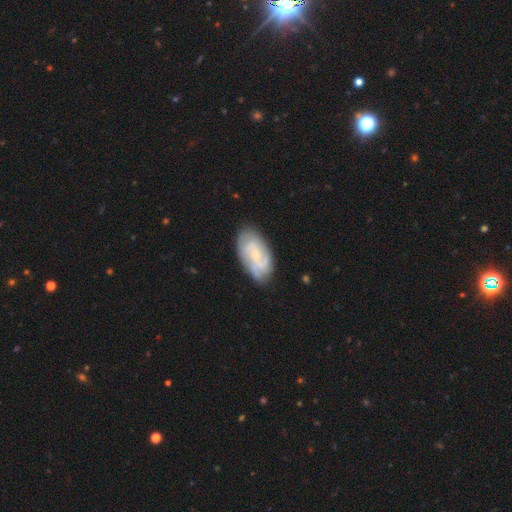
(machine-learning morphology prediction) The model was most divided on "spiral arm count": can't tell: 38%, 2: 32%, 3: 16%, 4: 6%, 1: 4%, more than 4: 3%. Remaining: edge-on disk — no (95%); spiral arms — yes (86%); merging — none (73%); bulge size — small (67%); smooth or featured — featured or disk (63%); bar — no (59%); spiral winding — tight (46%).